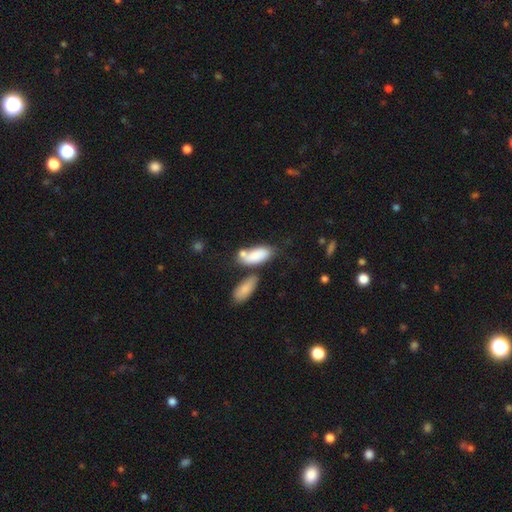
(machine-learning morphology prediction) Q: Smooth or featured?
A: smooth (82%); runner-up: featured or disk (12%)
Q: How rounded?
A: in between (87%); runner-up: cigar-shaped (10%)
Q: Merging?
A: none (40%); runner-up: merger (36%)